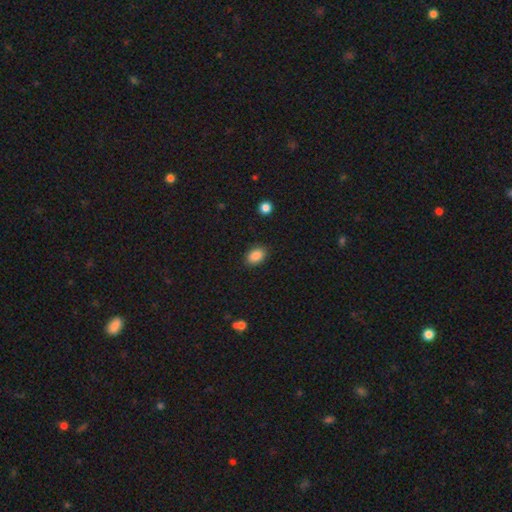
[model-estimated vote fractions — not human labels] Q: Smooth or featured?
A: smooth (88%); runner-up: star or artifact (8%)
Q: How rounded?
A: in between (82%); runner-up: round (17%)
Q: Merging?
A: none (88%); runner-up: minor disturbance (9%)